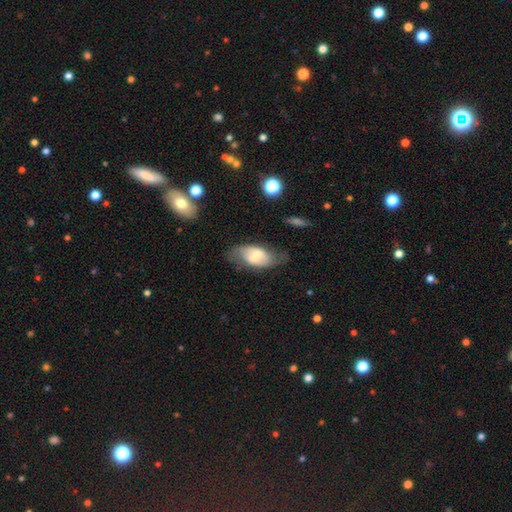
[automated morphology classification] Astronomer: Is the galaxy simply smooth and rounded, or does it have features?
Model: featured or disk — 48% (runner-up: smooth, 45%).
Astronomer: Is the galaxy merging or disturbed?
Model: none — 60%.